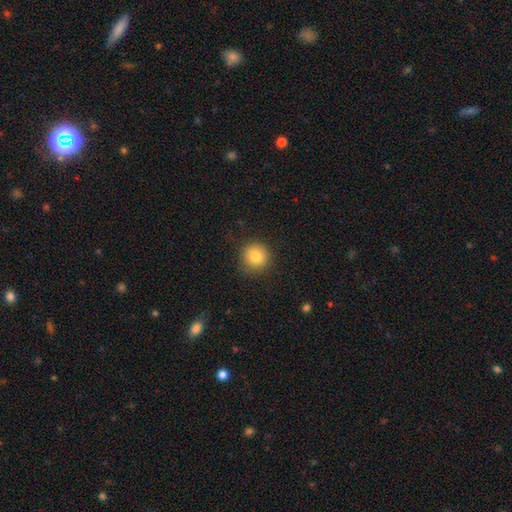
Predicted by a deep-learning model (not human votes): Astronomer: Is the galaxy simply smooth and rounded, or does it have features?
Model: smooth — 81%.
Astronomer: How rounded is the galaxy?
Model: round — 93%.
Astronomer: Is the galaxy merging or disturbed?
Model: none — 88%.